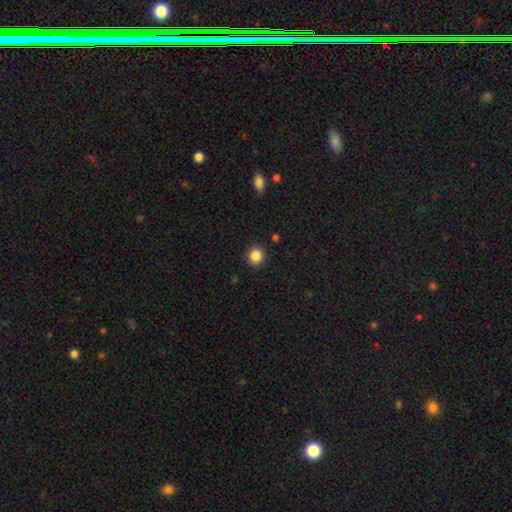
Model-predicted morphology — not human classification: Smooth or featured? smooth (86%)
How rounded? round (91%)
Merging? none (92%)